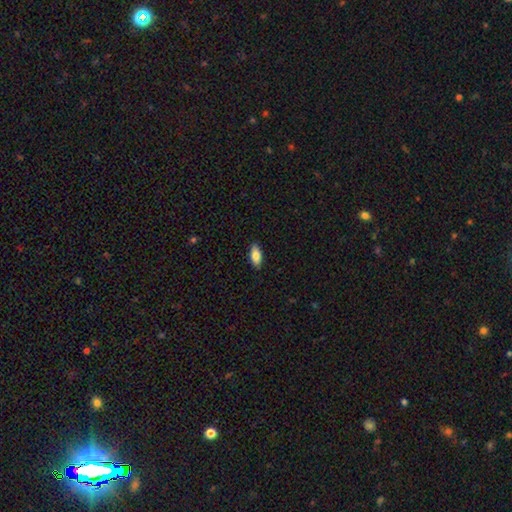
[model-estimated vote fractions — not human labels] smooth_or_featured: smooth (p=0.83) [alt: featured or disk p=0.11]
how_rounded: in between (p=0.85) [alt: cigar-shaped p=0.13]
merging: none (p=0.88) [alt: minor disturbance p=0.09]